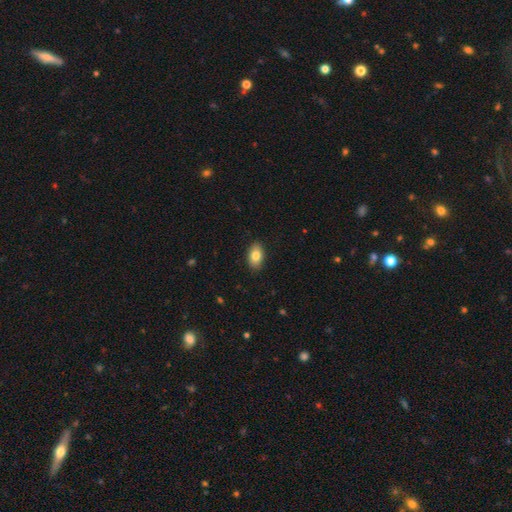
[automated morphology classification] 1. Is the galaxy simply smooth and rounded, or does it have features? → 82% smooth, 11% featured or disk, 7% star or artifact.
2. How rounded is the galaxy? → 91% in between, 8% round, 2% cigar-shaped.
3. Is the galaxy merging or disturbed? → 89% none, 8% minor disturbance, 2% major disturbance, 1% merger.